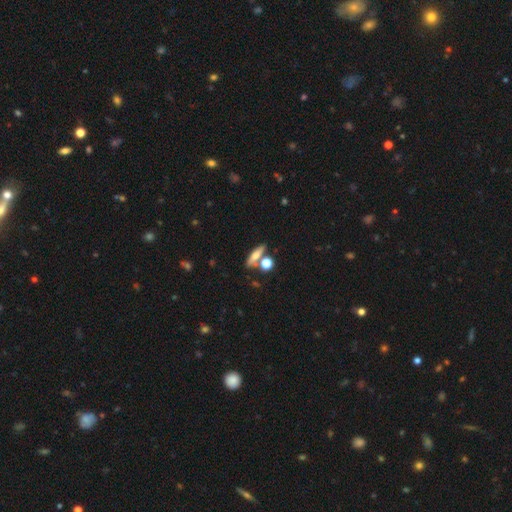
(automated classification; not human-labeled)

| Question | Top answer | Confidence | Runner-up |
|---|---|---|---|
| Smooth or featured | smooth | 64% | featured or disk (25%) |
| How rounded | cigar-shaped | 47% | in between (36%) |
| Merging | none | 63% | merger (21%) |